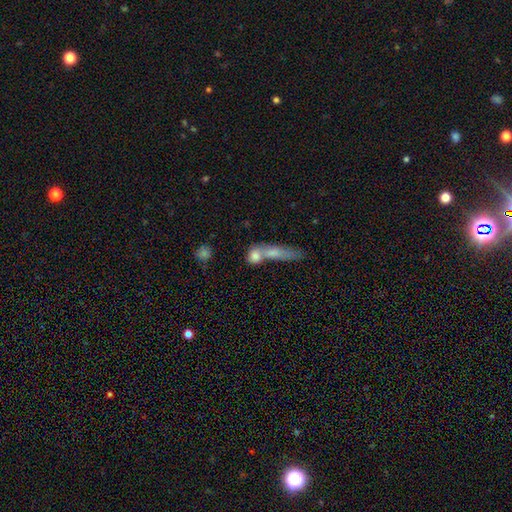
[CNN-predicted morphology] type=smooth (75%); roundness=round (44%); merging=merger (55%).